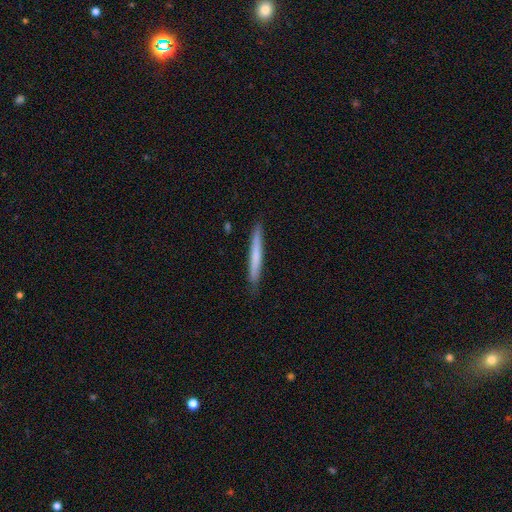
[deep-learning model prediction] Smooth or featured? smooth (66%)
How rounded? cigar-shaped (97%)
Merging? none (89%)